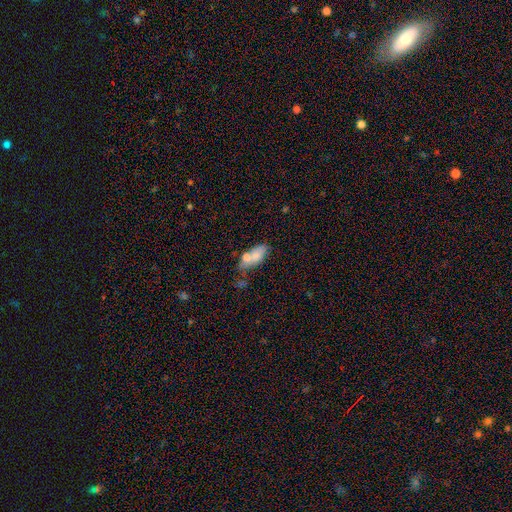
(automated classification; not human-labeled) smooth-or-featured: smooth: 71% | featured or disk: 21% | star or artifact: 8%
  how-rounded: in between: 81% | cigar-shaped: 15% | round: 4%
  merging: none: 38% | merger: 32% | minor disturbance: 20% | major disturbance: 9%